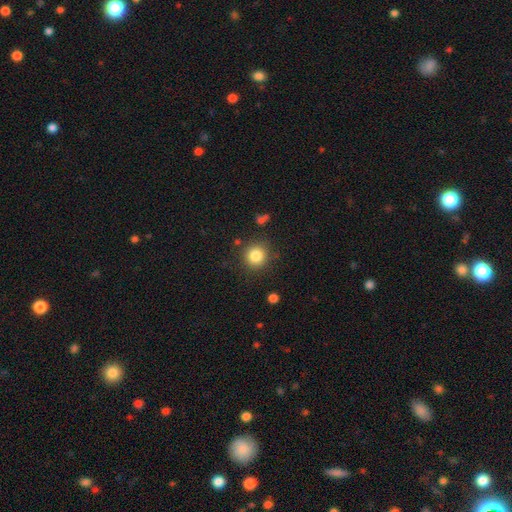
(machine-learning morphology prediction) This appears to be a smooth galaxy with no disk features (84%) that is round (92%). Merging: none (86%).